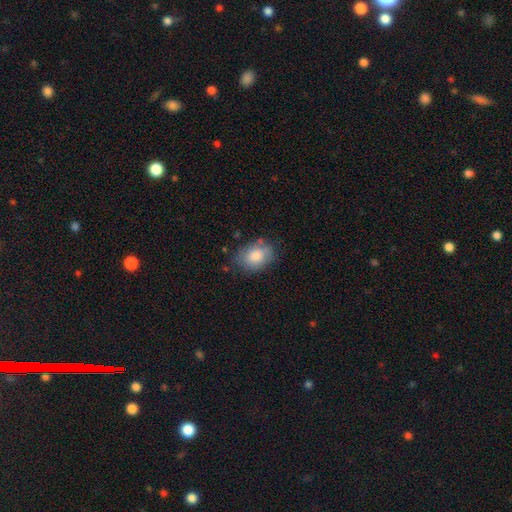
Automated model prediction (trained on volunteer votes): This is likely a smooth galaxy (78%). How rounded: likely in between (74%). Merging: likely none (74%).